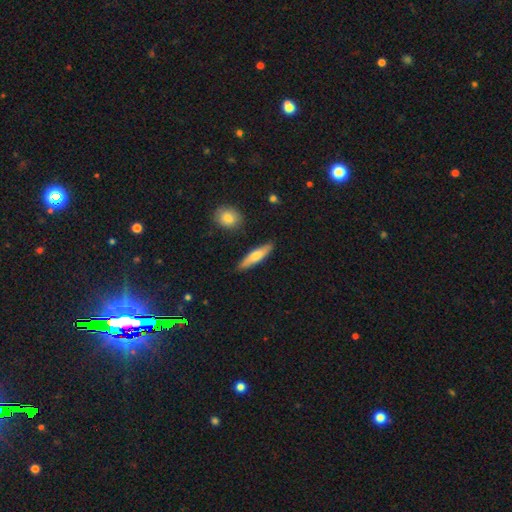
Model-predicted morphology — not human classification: Smooth or featured?
  - smooth: 63% *
  - featured or disk: 32%
  - star or artifact: 5%
How rounded?
  - cigar-shaped: 75% *
  - in between: 23%
  - round: 2%
Merging?
  - none: 87% *
  - minor disturbance: 9%
  - merger: 2%
  - major disturbance: 2%